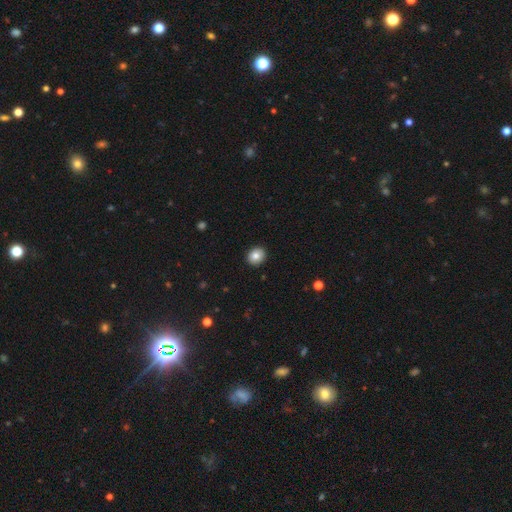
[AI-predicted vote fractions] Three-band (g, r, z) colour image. It shows a smooth galaxy with no disk features (83%) that is round (77%). Merging: none (92%).